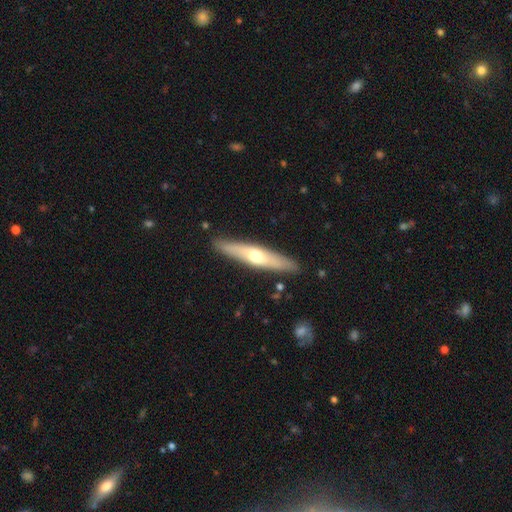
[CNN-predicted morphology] A featured or disk galaxy (51%) viewed edge-on (85%). Merging: none (88%).